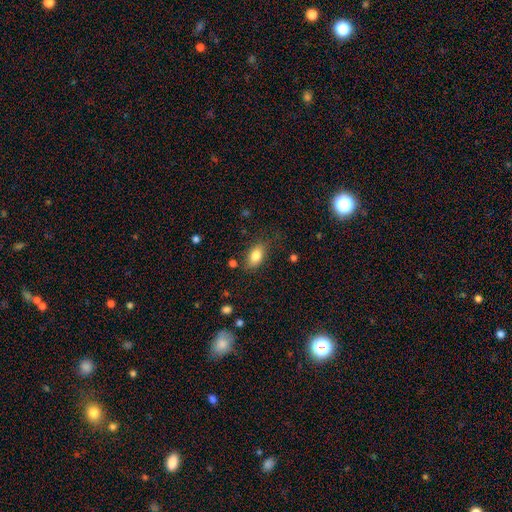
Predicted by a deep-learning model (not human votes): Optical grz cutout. It shows a smooth galaxy with no disk features (82%) that is in between round and cigar-shaped (88%). Merging: none (76%).